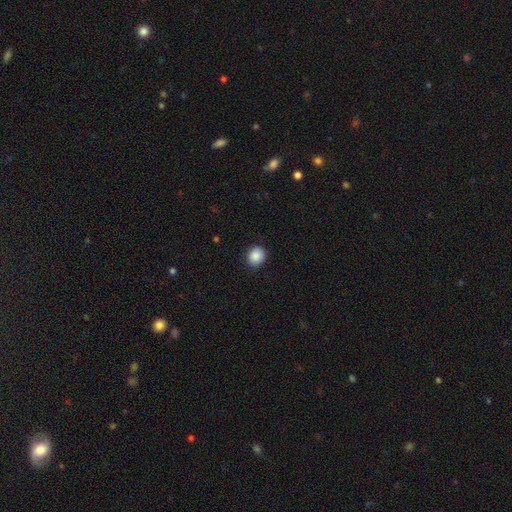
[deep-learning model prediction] Morphology: type=smooth (88%); roundness=round (76%); merging=none (88%).